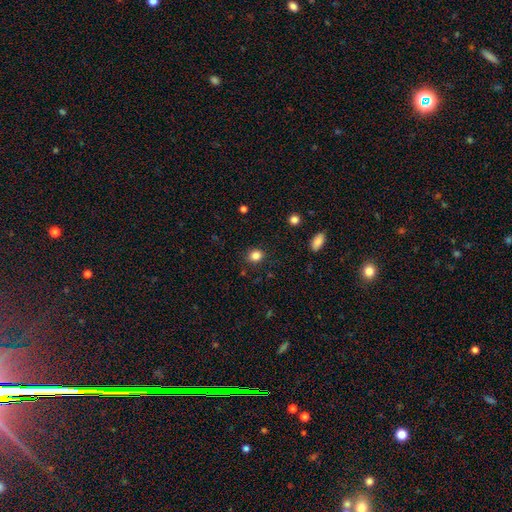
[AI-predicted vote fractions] smooth-or-featured: smooth: 84% | star or artifact: 11% | featured or disk: 4%
  how-rounded: round: 73% | in between: 26% | cigar-shaped: 1%
  merging: none: 86% | minor disturbance: 9% | major disturbance: 3% | merger: 1%